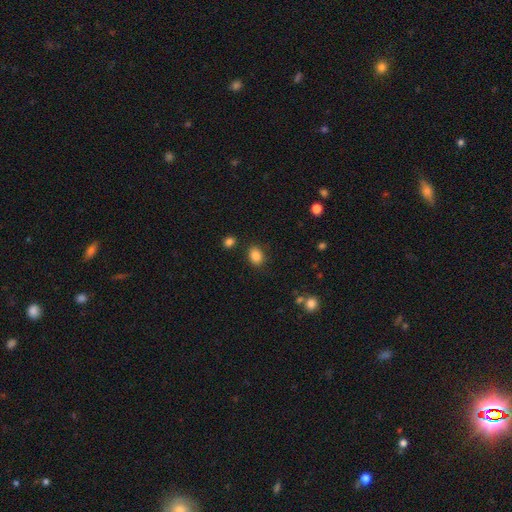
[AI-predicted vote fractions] A smooth galaxy with no disk features (85%) that is in between round and cigar-shaped (62%).

Vote fractions:
- Smooth or featured? smooth: 85% / star or artifact: 10% / featured or disk: 5%
- How rounded? in between: 62% / round: 37% / cigar-shaped: 1%
- Merging? none: 84% / minor disturbance: 10% / merger: 3% / major disturbance: 3%